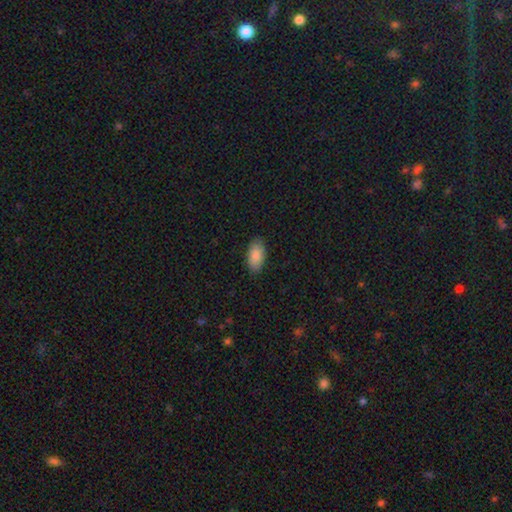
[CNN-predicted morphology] A smooth galaxy with no disk features (88%) that is in between round and cigar-shaped (94%). Merging: none (88%).